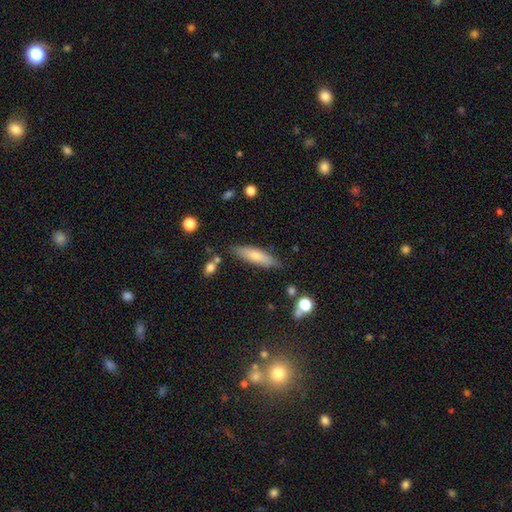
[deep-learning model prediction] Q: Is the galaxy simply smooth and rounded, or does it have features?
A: smooth — 67%.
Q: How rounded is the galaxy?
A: cigar-shaped — 67%.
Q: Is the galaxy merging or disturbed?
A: none — 80%.